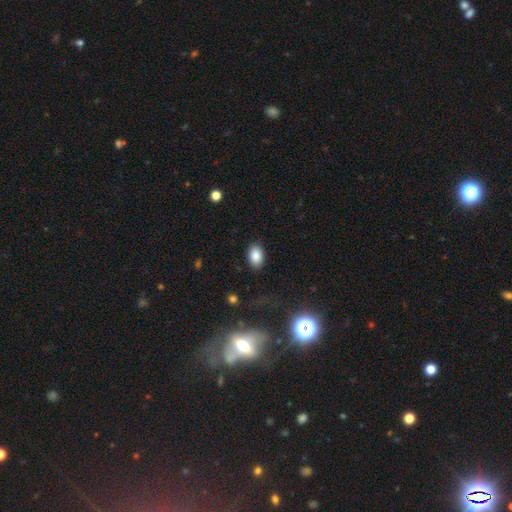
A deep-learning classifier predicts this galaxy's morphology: smooth 85%, star or artifact 9%, featured or disk 5%. Down the decision tree: how rounded — in between (85%); merging — none (86%).